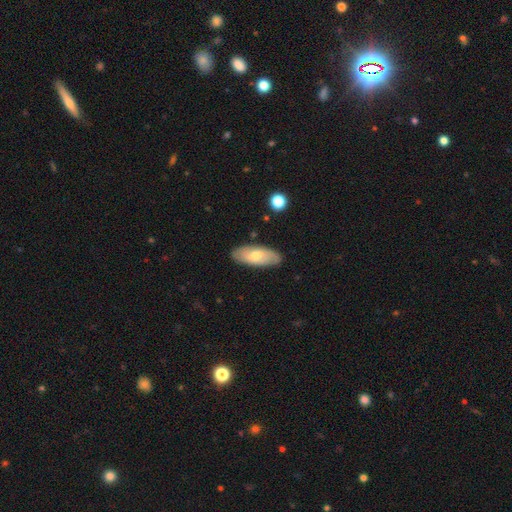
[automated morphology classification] Smooth or featured? Predicted: smooth (p=0.54). How rounded? Predicted: in between (p=0.80). Merging? Predicted: none (p=0.85).